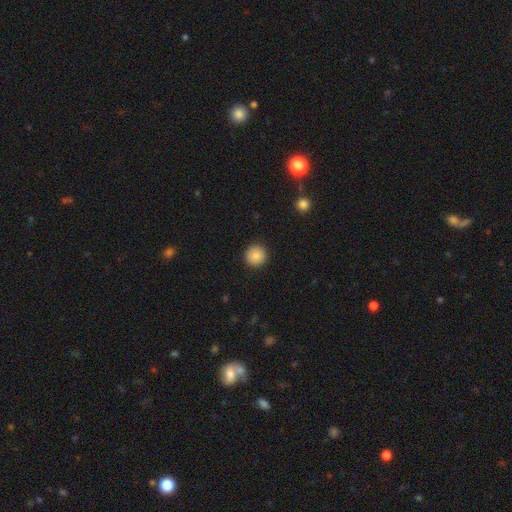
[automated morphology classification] smooth 86%, star or artifact 9%, featured or disk 6%. Down the decision tree: how rounded — round (96%); merging — none (92%).